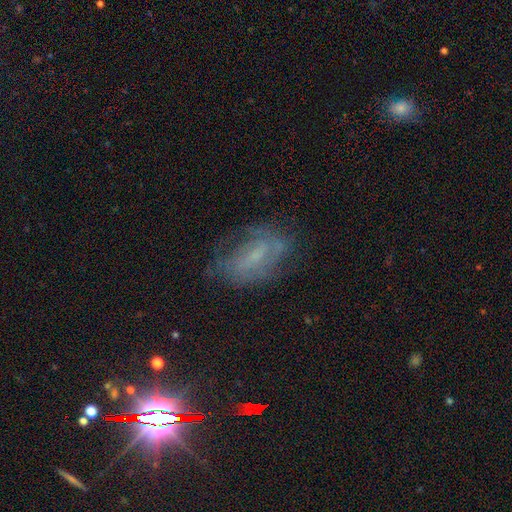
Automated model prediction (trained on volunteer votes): Overall: featured or disk (50%; smooth 29%). Edge-on disk: no (91%). Merging: none (63%).